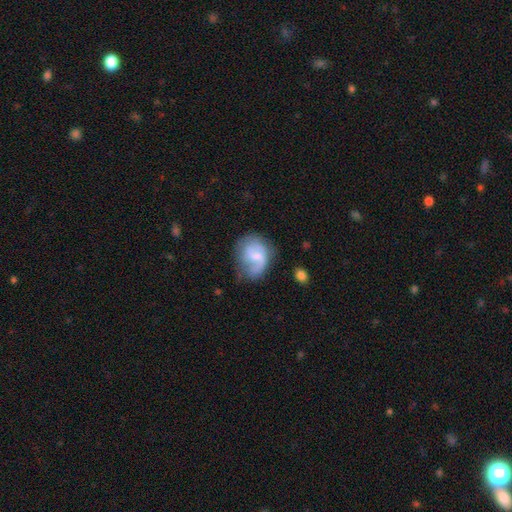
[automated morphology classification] Q: Smooth or featured?
A: featured or disk (65%); runner-up: smooth (28%)
Q: Edge-on disk?
A: no (98%); runner-up: yes (2%)
Q: Bar?
A: weak (50%); runner-up: no (40%)
Q: Spiral arms?
A: yes (89%); runner-up: no (11%)
Q: Spiral winding?
A: medium (44%); runner-up: loose (40%)
Q: Spiral arm count?
A: 2 (70%); runner-up: 1 (15%)
Q: Bulge size?
A: small (46%); runner-up: moderate (32%)
Q: Merging?
A: none (55%); runner-up: minor disturbance (26%)